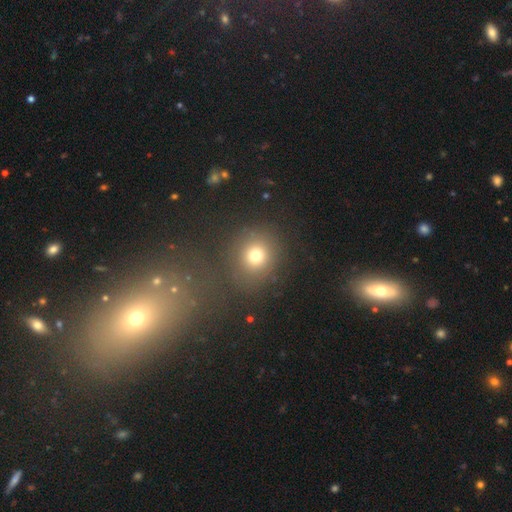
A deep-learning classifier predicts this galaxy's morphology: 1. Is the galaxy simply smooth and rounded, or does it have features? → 72% smooth, 19% star or artifact, 9% featured or disk.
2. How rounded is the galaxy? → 86% round, 13% in between, 1% cigar-shaped.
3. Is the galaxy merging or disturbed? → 77% none, 9% minor disturbance, 8% merger, 6% major disturbance.